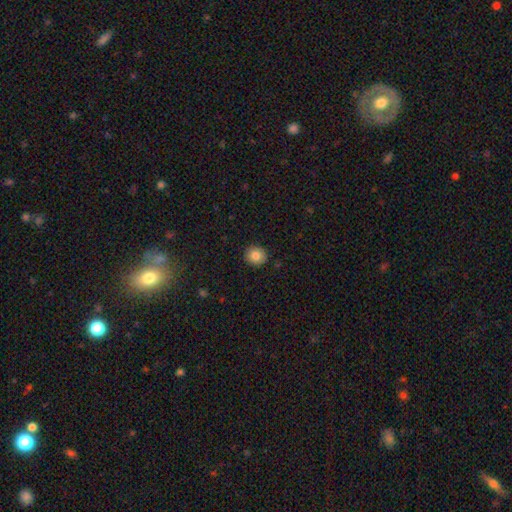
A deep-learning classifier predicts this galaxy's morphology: A smooth galaxy with no disk features (83%) that is round (89%).

Vote fractions:
- Smooth or featured? smooth: 83% / star or artifact: 9% / featured or disk: 8%
- How rounded? round: 89% / in between: 10% / cigar-shaped: 1%
- Merging? none: 91% / minor disturbance: 6% / major disturbance: 2% / merger: 1%